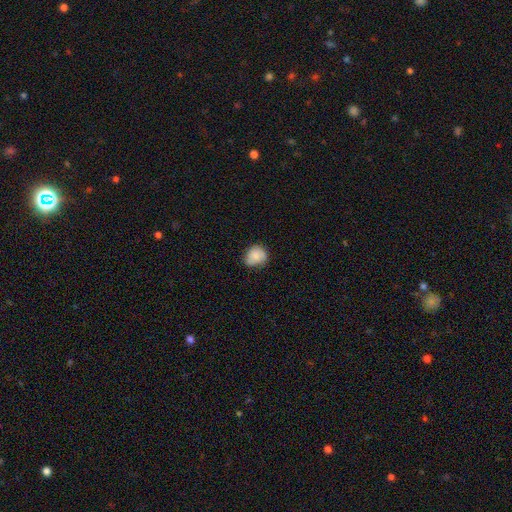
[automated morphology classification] This is clearly a smooth galaxy (82%). How rounded: likely round (69%). Merging: likely none (65%).